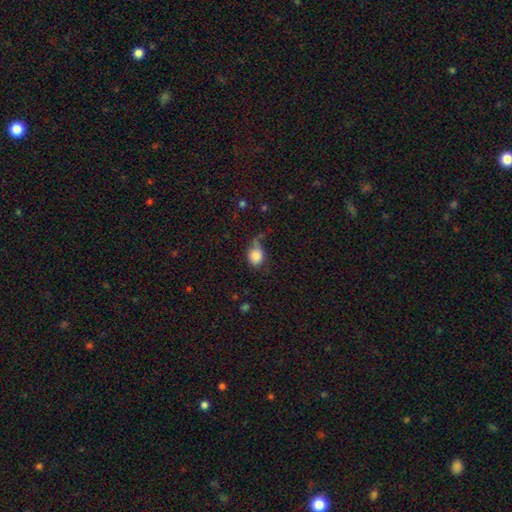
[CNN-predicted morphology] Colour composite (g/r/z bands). It shows a smooth galaxy with no disk features (82%) that is round (56%). Merging: none (36%).